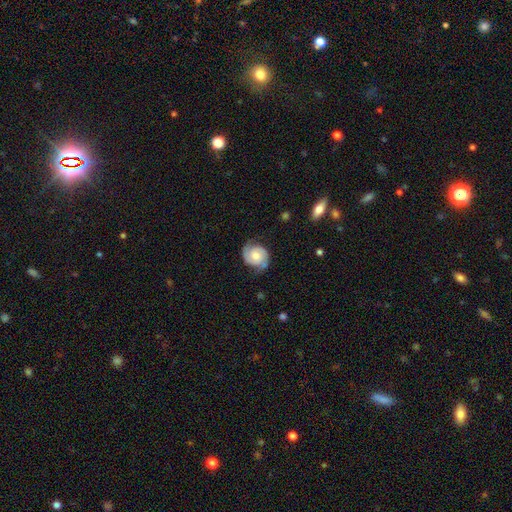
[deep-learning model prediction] A featured or disk galaxy (81%) with no bar (74%), 2 (91%) tight (48%) spiral arms (96%) and a moderate central bulge (61%). Merging: none (76%).